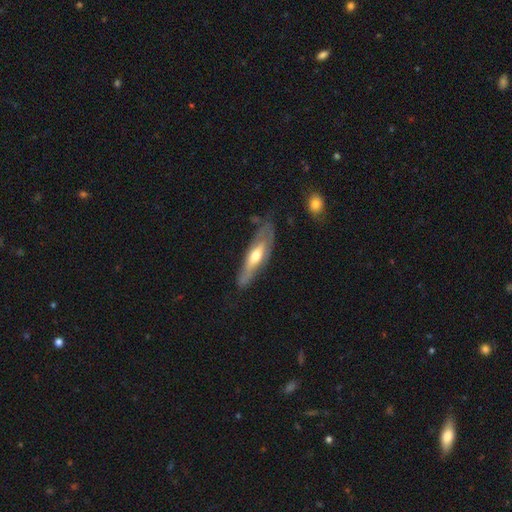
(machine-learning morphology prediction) A featured or disk galaxy (58%) viewed edge-on (59%).

Vote fractions:
- Smooth or featured? featured or disk: 58% / smooth: 37% / star or artifact: 5%
- Edge-on disk? yes: 59% / no: 41%
- Merging? none: 68% / minor disturbance: 22% / major disturbance: 7% / merger: 2%